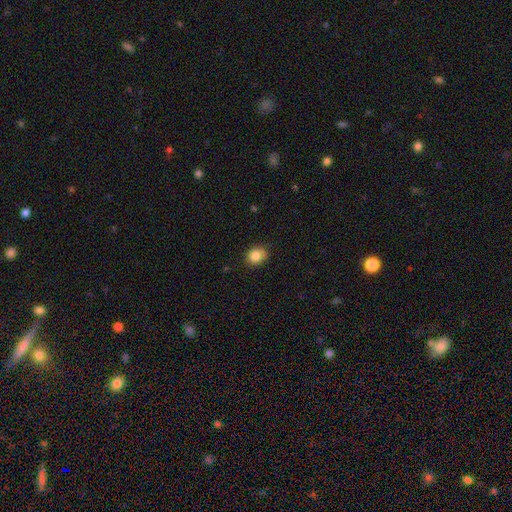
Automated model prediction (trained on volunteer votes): This is clearly a smooth galaxy (84%). How rounded: possibly round (58%). Merging: clearly none (84%).